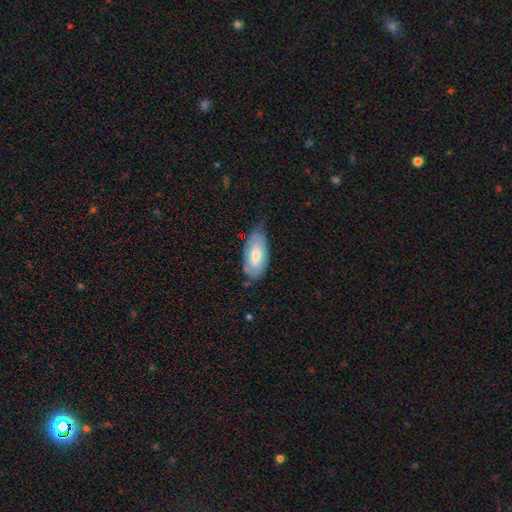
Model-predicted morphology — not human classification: Overall: smooth (60%; featured or disk 35%). How rounded: in between (90%). Merging: none (58%; minor disturbance 33%).